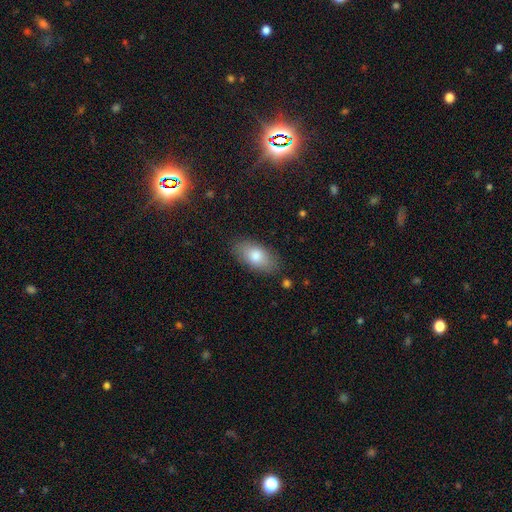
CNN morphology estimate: smooth_or_featured: smooth (p=0.80) [alt: featured or disk p=0.13]
how_rounded: in between (p=0.92) [alt: round p=0.04]
merging: none (p=0.83) [alt: minor disturbance p=0.12]